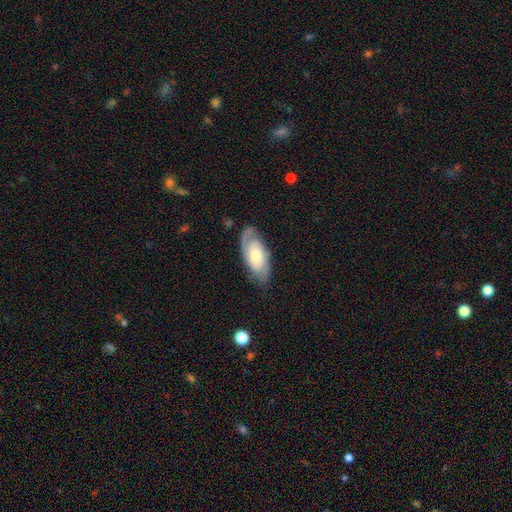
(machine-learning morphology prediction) Q: Smooth or featured?
A: featured or disk (65%); runner-up: smooth (30%)
Q: Edge-on disk?
A: no (92%); runner-up: yes (8%)
Q: Bar?
A: no (68%); runner-up: weak (26%)
Q: Spiral arms?
A: yes (86%); runner-up: no (14%)
Q: Spiral winding?
A: tight (52%); runner-up: medium (35%)
Q: Spiral arm count?
A: 2 (52%); runner-up: 1 (22%)
Q: Bulge size?
A: moderate (49%); runner-up: small (40%)
Q: Merging?
A: none (72%); runner-up: minor disturbance (19%)